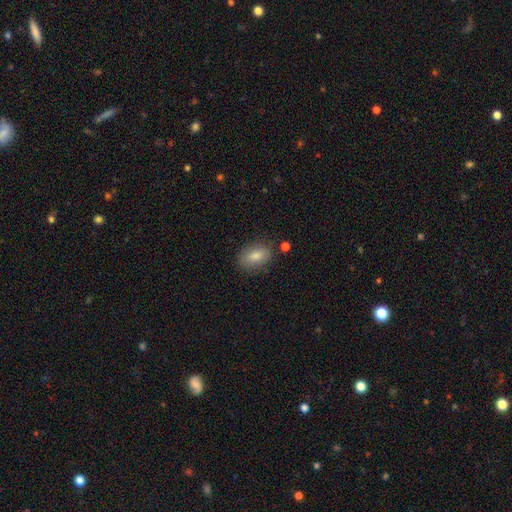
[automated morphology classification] Smooth or featured: smooth — 82% (featured or disk — 10%)
How rounded: in between — 87% (round — 10%)
Merging: none — 81% (minor disturbance — 13%)